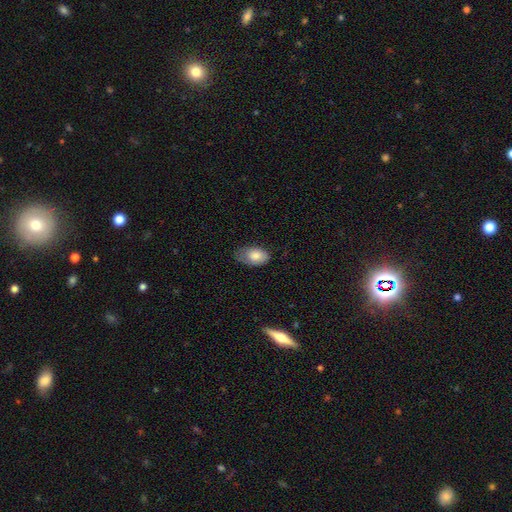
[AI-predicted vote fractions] Smooth or featured?
  - smooth: 81% *
  - featured or disk: 12%
  - star or artifact: 7%
How rounded?
  - in between: 90% *
  - round: 9%
  - cigar-shaped: 1%
Merging?
  - none: 52% *
  - minor disturbance: 37%
  - major disturbance: 10%
  - merger: 1%